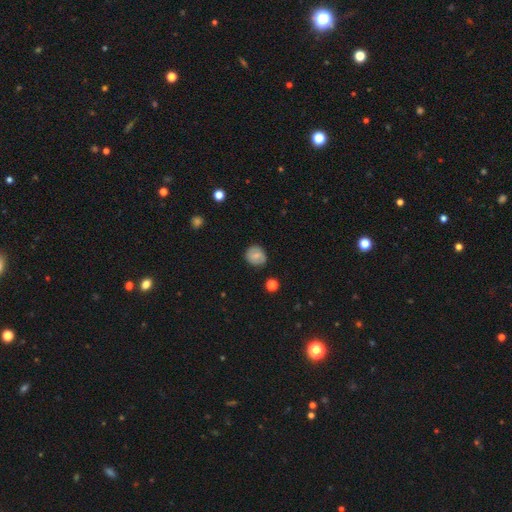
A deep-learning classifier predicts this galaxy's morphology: type=smooth (66%); roundness=round (79%); merging=none (84%).